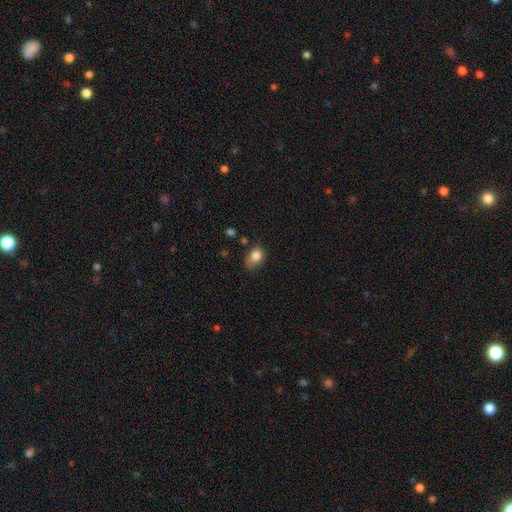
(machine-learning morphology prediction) This appears to be a smooth galaxy with no disk features (82%) that is in between round and cigar-shaped (63%). Merging: none (50%).